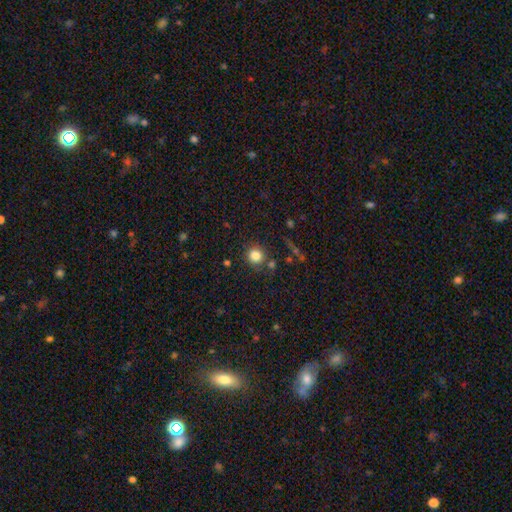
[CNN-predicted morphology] A smooth galaxy with no disk features (83%) that is round (90%). Merging: none (81%).